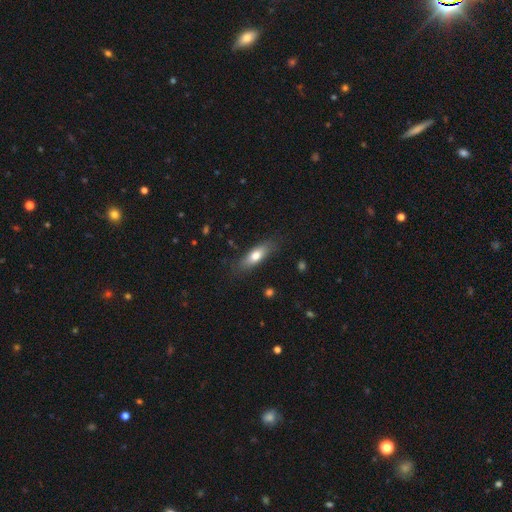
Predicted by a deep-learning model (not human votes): Smooth or featured?
  - smooth: 73% *
  - featured or disk: 21%
  - star or artifact: 6%
How rounded?
  - in between: 60% *
  - cigar-shaped: 37%
  - round: 3%
Merging?
  - none: 80% *
  - minor disturbance: 15%
  - major disturbance: 4%
  - merger: 1%